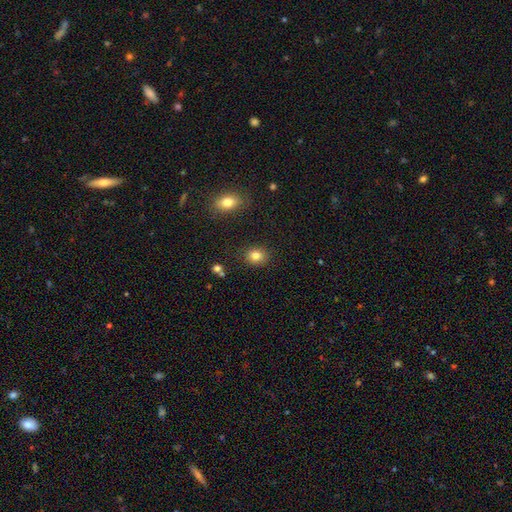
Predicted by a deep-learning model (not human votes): Smooth or featured? Predicted: smooth (p=0.82). How rounded? Predicted: round (p=0.59). Merging? Predicted: none (p=0.87).